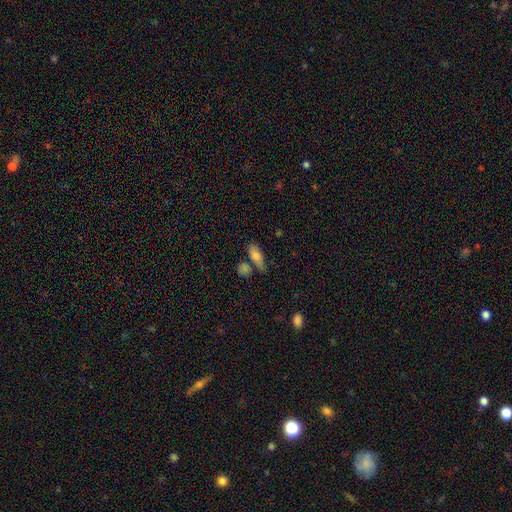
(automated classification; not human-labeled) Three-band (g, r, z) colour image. It shows a smooth galaxy with no disk features (74%) that is in between round and cigar-shaped (65%). Merging: none (59%).